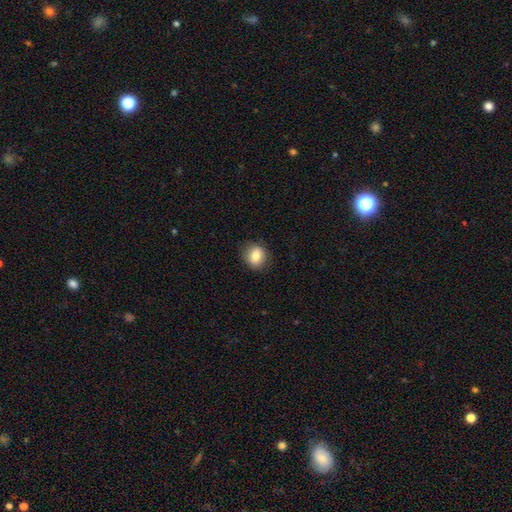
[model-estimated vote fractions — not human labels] Q: Smooth or featured?
A: smooth (81%); runner-up: featured or disk (10%)
Q: How rounded?
A: round (74%); runner-up: in between (25%)
Q: Merging?
A: none (85%); runner-up: minor disturbance (11%)